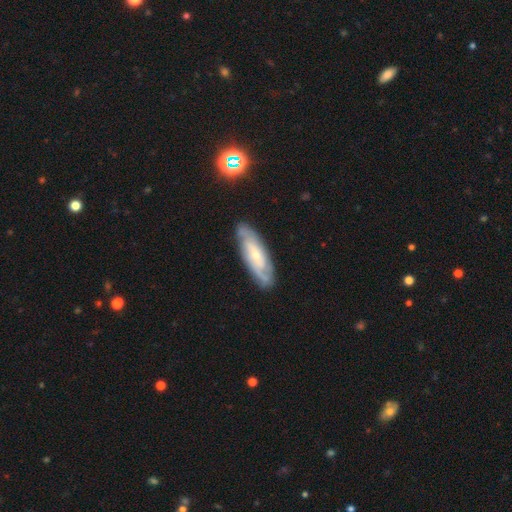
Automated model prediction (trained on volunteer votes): The model was most divided on "spiral arm count": 2: 42%, can't tell: 38%, 3: 10%, 4: 4%, 1: 3%, more than 4: 3%. More confident: spiral arms — yes (89%); edge-on disk — no (82%); merging — none (81%); smooth or featured — featured or disk (72%); bulge size — small (68%); bar — no (58%); spiral winding — tight (53%).